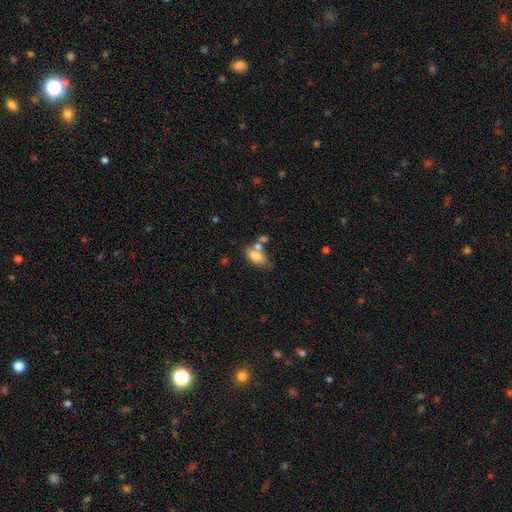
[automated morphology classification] This appears to be a smooth galaxy with no disk features (76%) that is in between round and cigar-shaped (90%). Merging: none (45%).